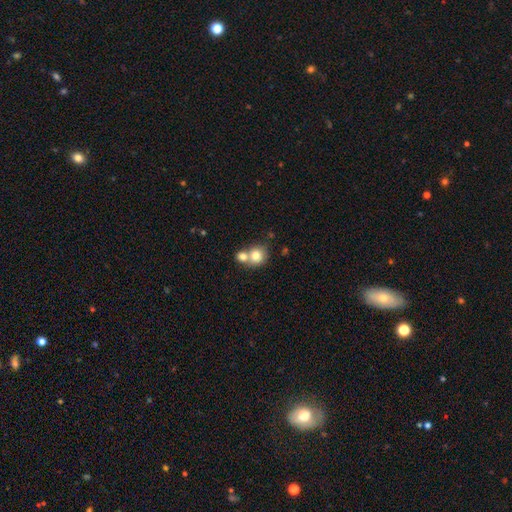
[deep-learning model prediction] Morphology: type=smooth (77%); roundness=round (79%); merging=merger (57%).